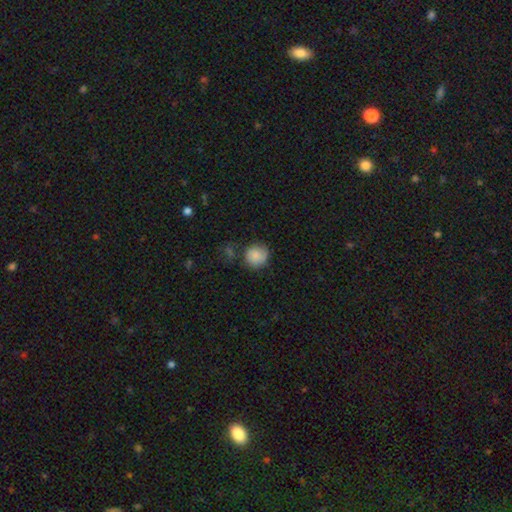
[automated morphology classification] This is clearly a smooth galaxy (83%). How rounded: clearly round (89%). Merging: likely none (70%).